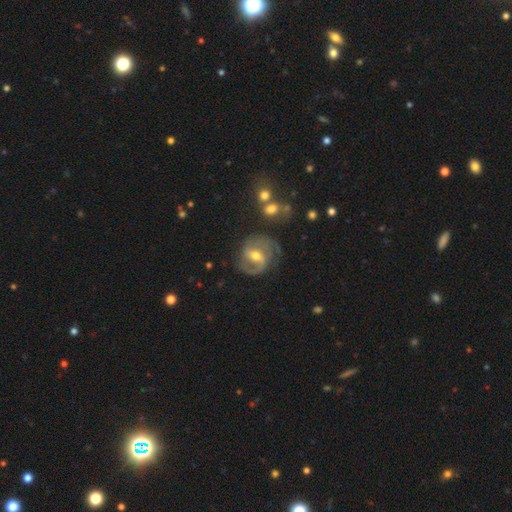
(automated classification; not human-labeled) Smooth or featured? Predicted: featured or disk (p=0.86). Edge-on disk? Predicted: no (p=0.97). Bar? Predicted: weak (p=0.47). Spiral arms? Predicted: yes (p=0.95). Spiral winding? Predicted: medium (p=0.51). Spiral arm count? Predicted: 2 (p=0.76). Bulge size? Predicted: moderate (p=0.67). Merging? Predicted: none (p=0.71).